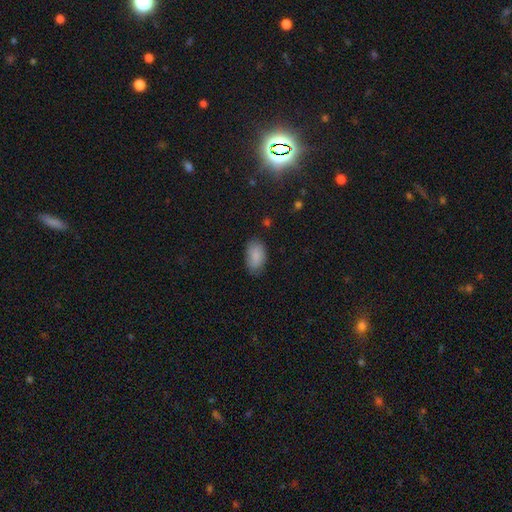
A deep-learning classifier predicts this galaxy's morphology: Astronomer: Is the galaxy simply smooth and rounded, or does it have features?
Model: smooth — 86%.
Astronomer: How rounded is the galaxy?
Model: in between — 92%.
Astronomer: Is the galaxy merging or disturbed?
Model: none — 76%.